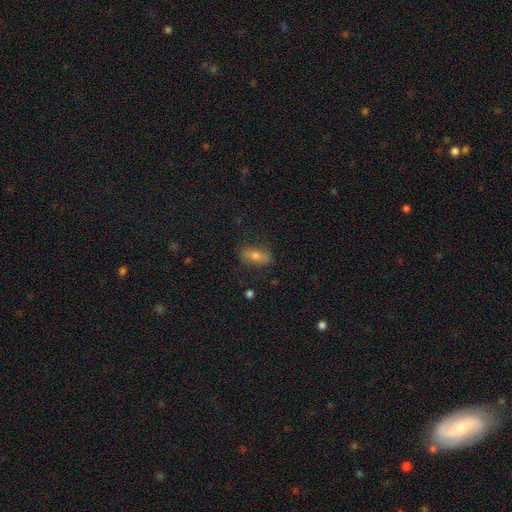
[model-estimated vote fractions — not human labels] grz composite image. It shows a smooth galaxy with no disk features (58%) that is in between round and cigar-shaped (72%). Merging: none (81%).